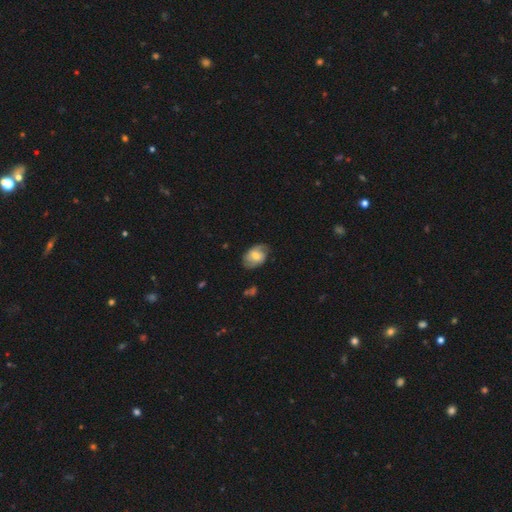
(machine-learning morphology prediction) Smooth or featured?
  - smooth: 47% *
  - featured or disk: 45%
  - star or artifact: 7%
Merging?
  - none: 67% *
  - minor disturbance: 24%
  - major disturbance: 7%
  - merger: 1%